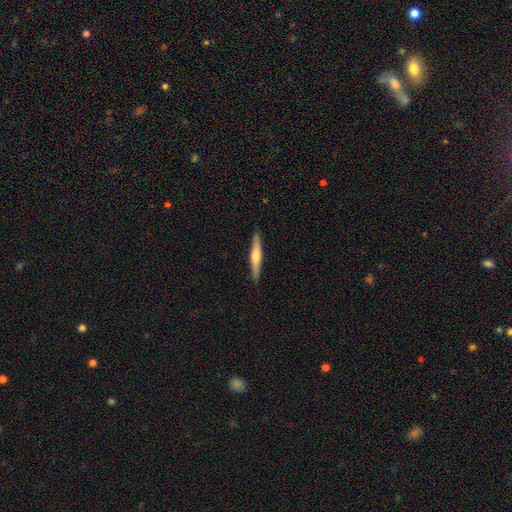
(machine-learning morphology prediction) A featured or disk galaxy (55%) viewed edge-on (97%) with a rounded central bulge (76%).

Vote fractions:
- Smooth or featured? featured or disk: 55% / smooth: 40% / star or artifact: 5%
- Edge-on disk? yes: 97% / no: 3%
- Edge-on bulge? rounded: 76% / boxy: 13% / none: 11%
- Merging? none: 91% / minor disturbance: 7% / major disturbance: 1% / merger: 1%